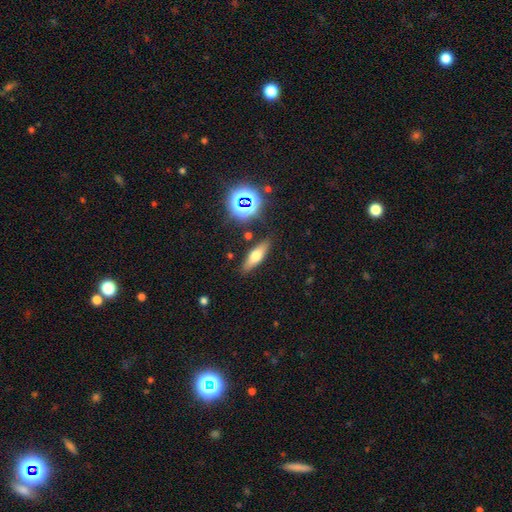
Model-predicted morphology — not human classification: Q: Smooth or featured?
A: smooth (56%); runner-up: featured or disk (31%)
Q: How rounded?
A: in between (47%); tied with: cigar-shaped (47%)
Q: Merging?
A: none (84%); runner-up: minor disturbance (10%)